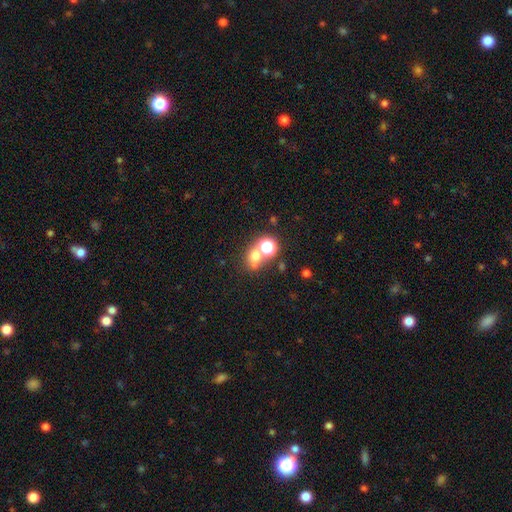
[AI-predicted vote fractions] The model was most divided on "merging": none: 44%, merger: 42%, minor disturbance: 8%, major disturbance: 5%. More confident: how rounded — round (72%); smooth or featured — smooth (62%).